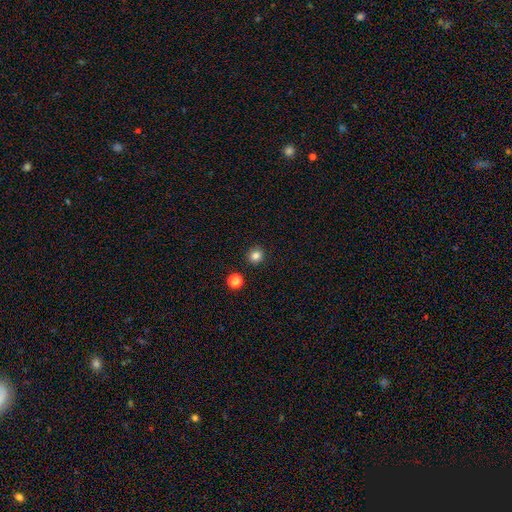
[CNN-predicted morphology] Smooth or featured: smooth — 83% (star or artifact — 13%)
How rounded: round — 91% (in between — 8%)
Merging: none — 91% (minor disturbance — 5%)